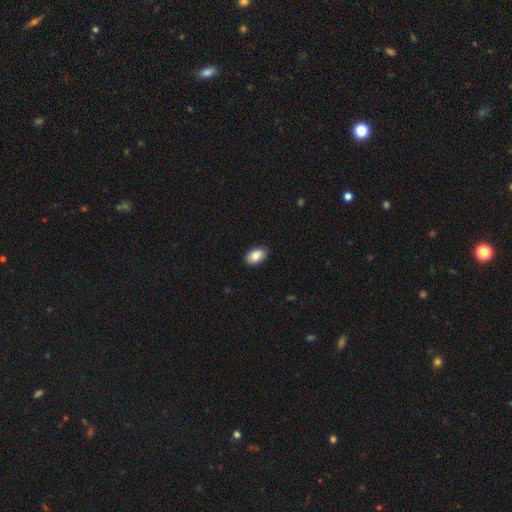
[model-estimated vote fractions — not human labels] Smooth or featured: smooth — 86% (featured or disk — 7%)
How rounded: in between — 92% (round — 7%)
Merging: none — 88% (minor disturbance — 9%)